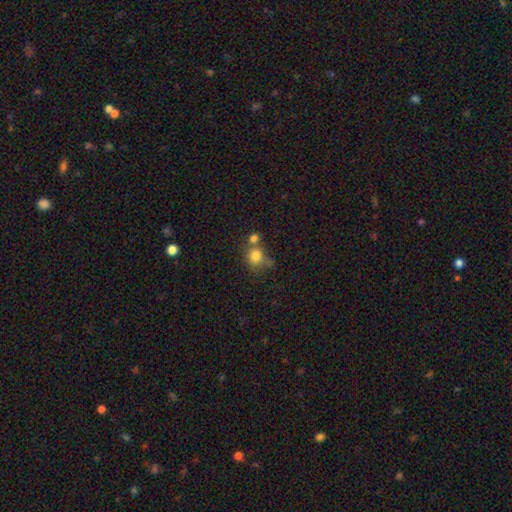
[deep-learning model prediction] Smooth or featured: smooth — 79% (star or artifact — 11%)
How rounded: round — 77% (in between — 22%)
Merging: none — 43% (merger — 35%)